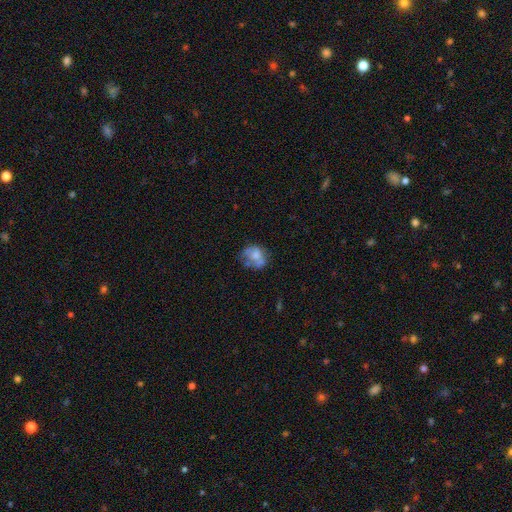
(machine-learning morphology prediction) type=smooth (54%); roundness=round (56%); merging=none (43%).